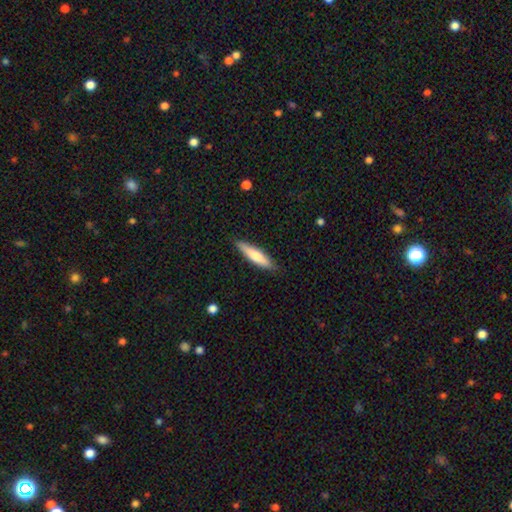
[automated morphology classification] Smooth or featured: smooth — 67% (featured or disk — 28%)
How rounded: cigar-shaped — 80% (in between — 18%)
Merging: none — 87% (minor disturbance — 10%)